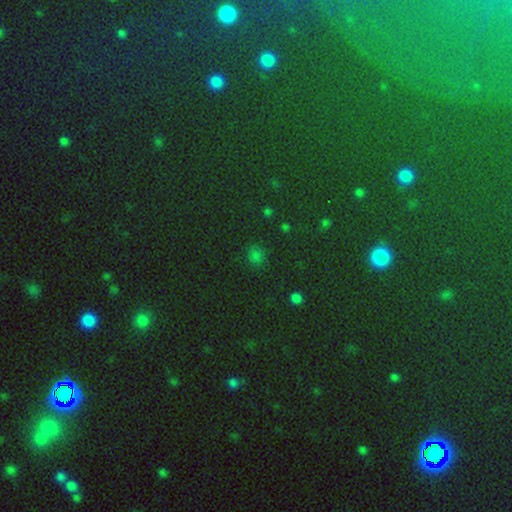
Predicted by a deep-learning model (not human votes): Overall: smooth (61%; star or artifact 34%). How rounded: round (78%). Merging: none (83%).